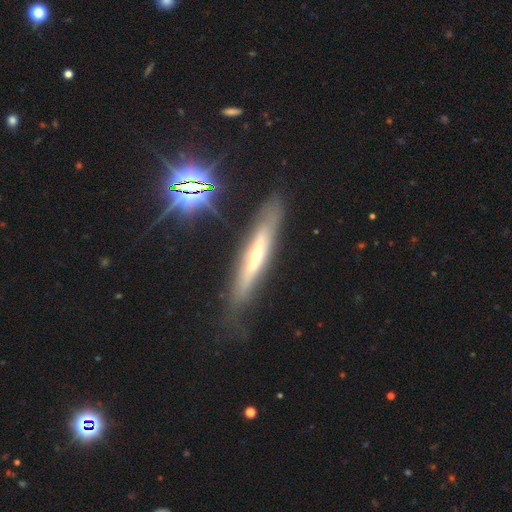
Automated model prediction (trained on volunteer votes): featured or disk 62%, smooth 27%, star or artifact 11%. Down the decision tree: edge-on disk — yes (83%); edge-on bulge — rounded (68%); merging — none (76%).